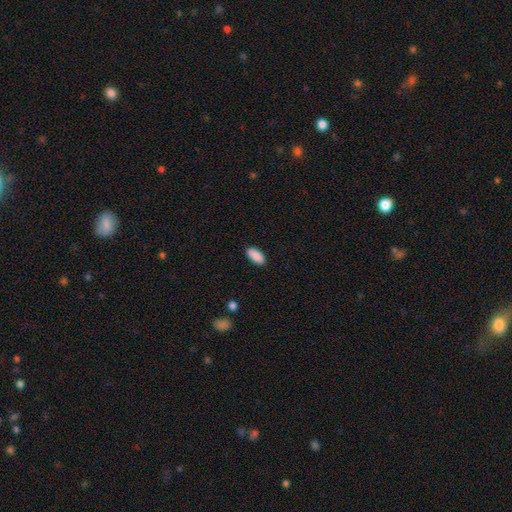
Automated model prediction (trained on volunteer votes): Smooth or featured: smooth — 90% (star or artifact — 6%)
How rounded: in between — 90% (cigar-shaped — 8%)
Merging: none — 89% (minor disturbance — 8%)